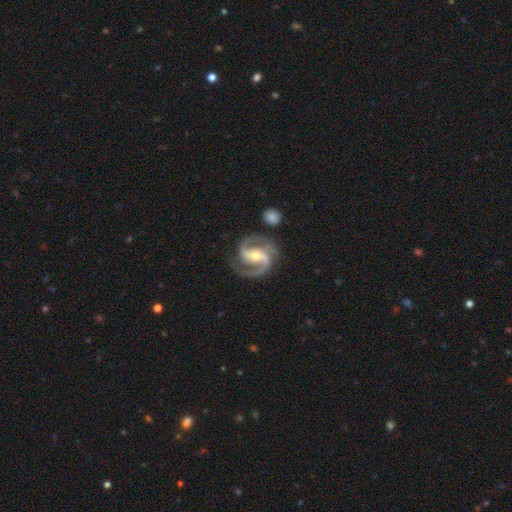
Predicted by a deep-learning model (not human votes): This appears to be a featured or disk galaxy (93%) with a strong bar (52%), 2 (91%) medium (63%) spiral arms (98%) and a moderate central bulge (55%). Merging: none (80%).